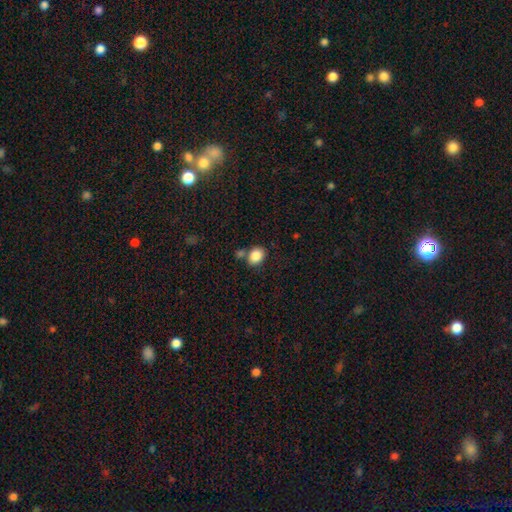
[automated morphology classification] A smooth galaxy with no disk features (86%) that is in between round and cigar-shaped (62%). Merging: none (65%).